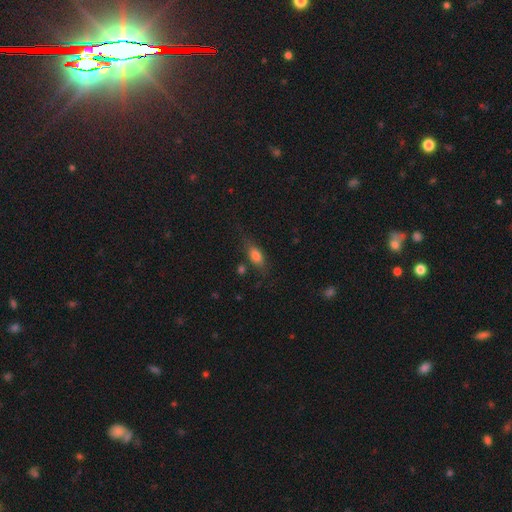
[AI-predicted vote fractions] smooth-or-featured: smooth: 72% | featured or disk: 19% | star or artifact: 9%
  how-rounded: in between: 71% | cigar-shaped: 22% | round: 6%
  merging: none: 66% | minor disturbance: 21% | major disturbance: 8% | merger: 5%